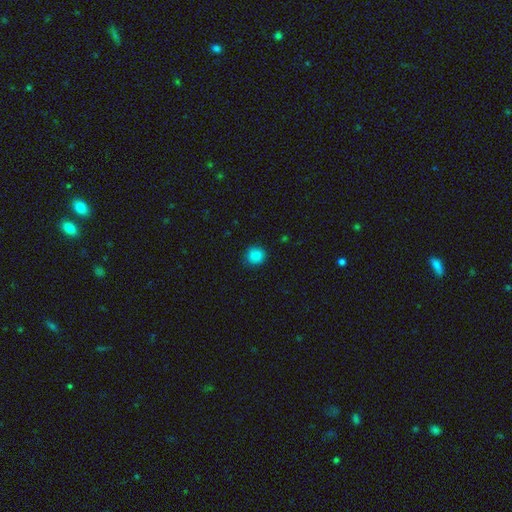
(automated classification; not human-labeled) smooth 86%, star or artifact 10%, featured or disk 4%. Down the decision tree: how rounded — round (87%); merging — none (88%).